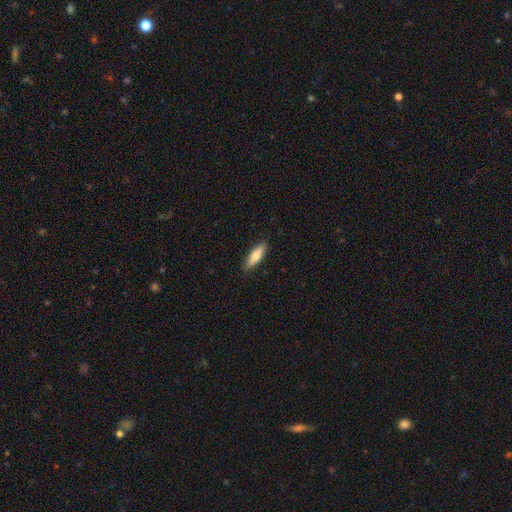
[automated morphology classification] A smooth galaxy with no disk features (73%) that is in between round and cigar-shaped (54%).

Vote fractions:
- Smooth or featured? smooth: 73% / featured or disk: 21% / star or artifact: 6%
- How rounded? in between: 54% / cigar-shaped: 44% / round: 2%
- Merging? none: 88% / minor disturbance: 9% / major disturbance: 2% / merger: 1%